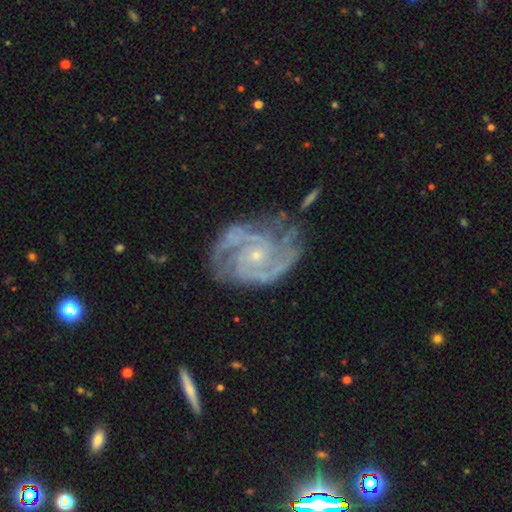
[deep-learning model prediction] Smooth or featured?
  - featured or disk: 89% *
  - star or artifact: 6%
  - smooth: 5%
Edge-on disk?
  - no: 98% *
  - yes: 2%
Bar?
  - no: 71% *
  - weak: 24%
  - strong: 6%
Spiral arms?
  - yes: 97% *
  - no: 3%
Spiral winding?
  - tight: 52% *
  - medium: 40%
  - loose: 8%
Spiral arm count?
  - 2: 52% *
  - 3: 18%
  - can't tell: 14%
  - 4: 6%
  - 1: 5%
  - more than 4: 5%
Bulge size?
  - small: 82% *
  - moderate: 14%
  - none: 2%
  - large: 1%
  - dominant: 1%
Merging?
  - none: 64% *
  - minor disturbance: 23%
  - major disturbance: 10%
  - merger: 3%